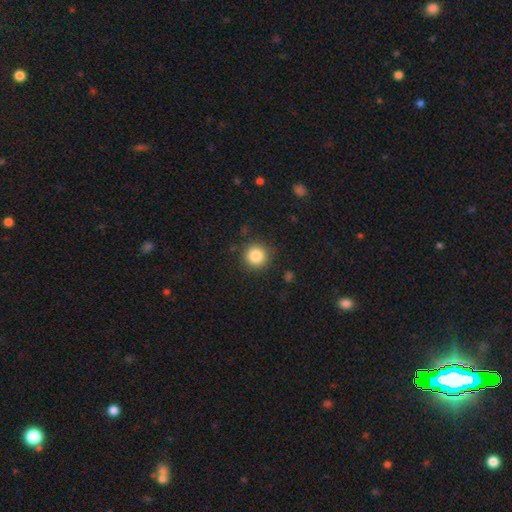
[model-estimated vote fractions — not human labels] This is clearly a smooth galaxy (85%). How rounded: clearly round (94%). Merging: clearly none (88%).